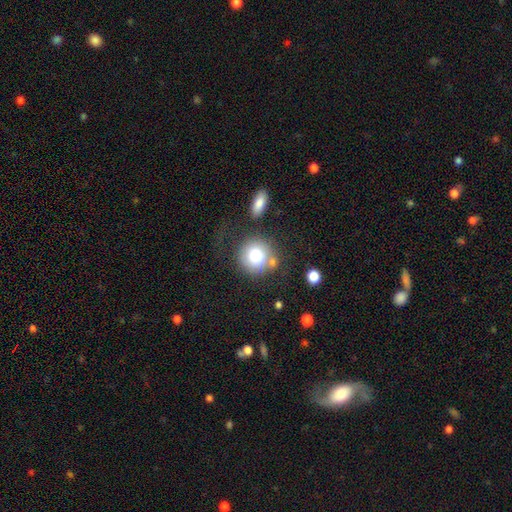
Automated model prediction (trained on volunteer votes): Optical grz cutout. It shows a smooth galaxy with no disk features (77%) that is round (89%). Merging: none (59%).